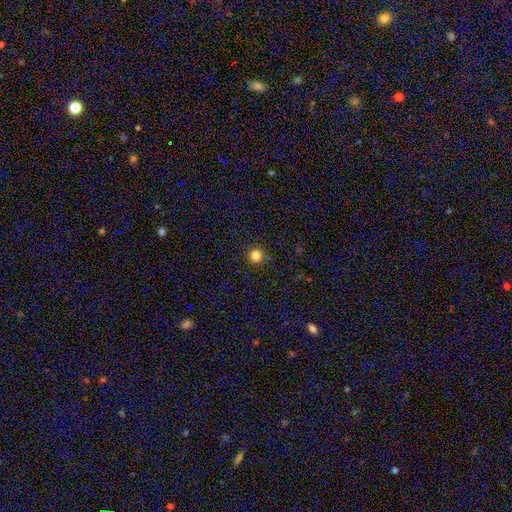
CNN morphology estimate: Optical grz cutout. It shows a smooth galaxy with no disk features (83%) that is round (96%). Merging: none (90%).